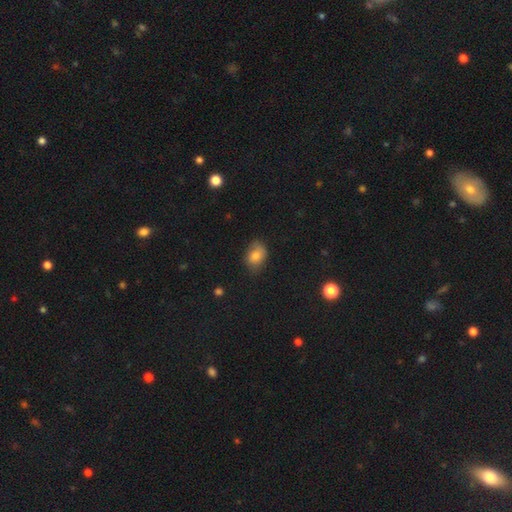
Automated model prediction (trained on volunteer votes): smooth-or-featured: smooth: 78% | featured or disk: 12% | star or artifact: 10%
  how-rounded: in between: 70% | round: 29% | cigar-shaped: 1%
  merging: none: 65% | minor disturbance: 27% | major disturbance: 6% | merger: 2%